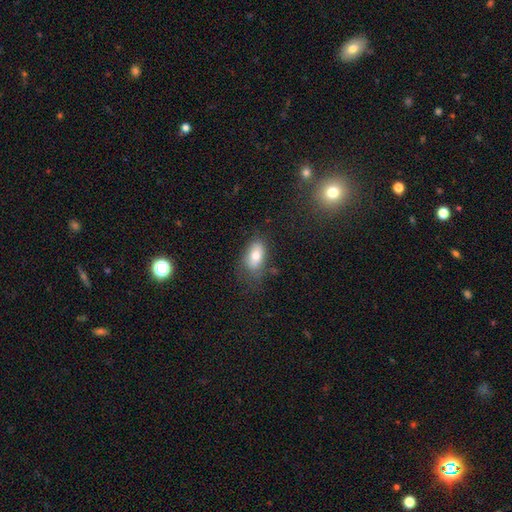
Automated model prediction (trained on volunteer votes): Smooth or featured? Predicted: smooth (p=0.77). How rounded? Predicted: in between (p=0.90). Merging? Predicted: none (p=0.62).